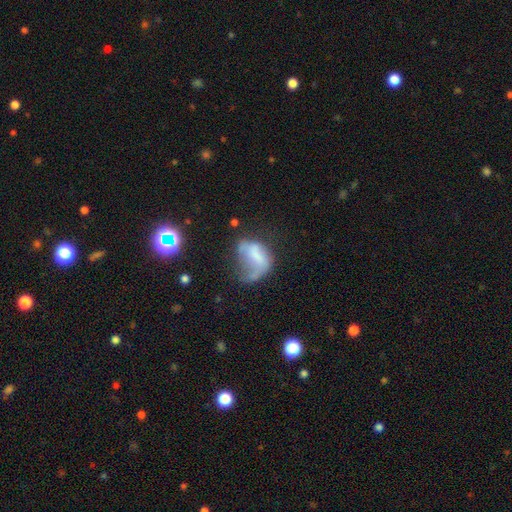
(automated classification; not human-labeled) smooth_or_featured: smooth (p=0.48) [alt: featured or disk p=0.41]
merging: major disturbance (p=0.46) [alt: minor disturbance p=0.23]